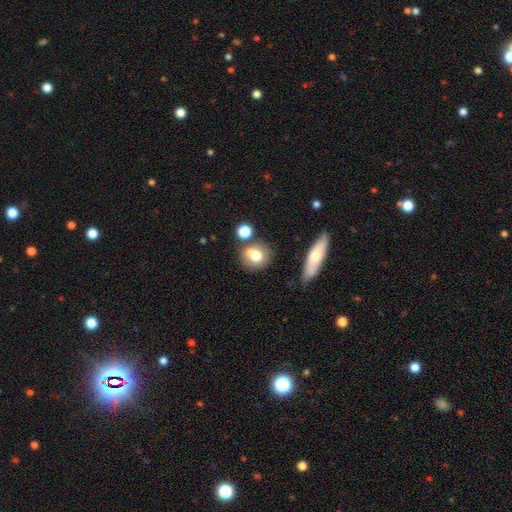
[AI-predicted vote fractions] Smooth or featured?
  - smooth: 71% *
  - featured or disk: 20%
  - star or artifact: 10%
How rounded?
  - round: 64% *
  - in between: 34%
  - cigar-shaped: 3%
Merging?
  - none: 58% *
  - merger: 23%
  - minor disturbance: 15%
  - major disturbance: 5%